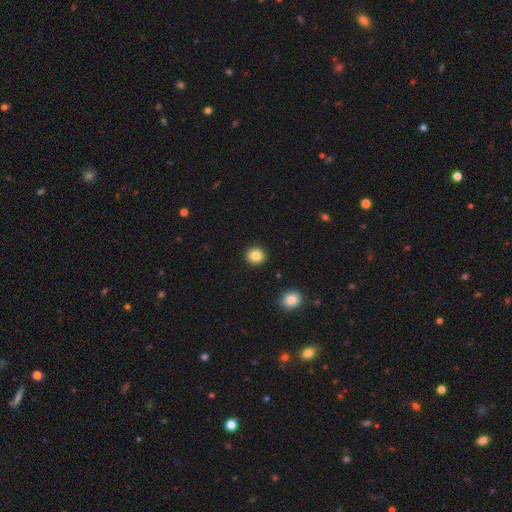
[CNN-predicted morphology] This is clearly a smooth galaxy (84%). How rounded: clearly round (89%). Merging: clearly none (92%).